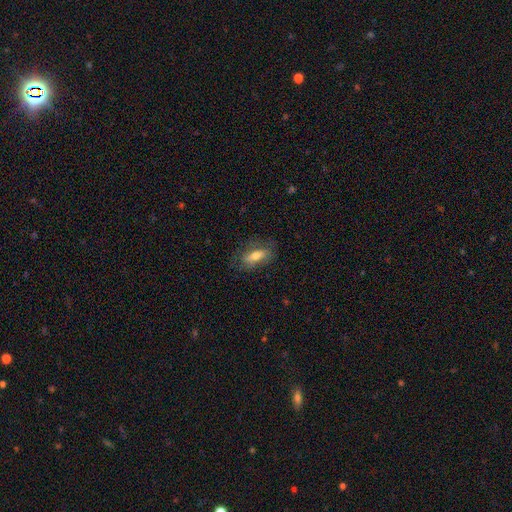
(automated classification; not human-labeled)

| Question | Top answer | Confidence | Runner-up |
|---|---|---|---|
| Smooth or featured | smooth | 54% | featured or disk (37%) |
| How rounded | in between | 69% | cigar-shaped (26%) |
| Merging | none | 74% | minor disturbance (18%) |